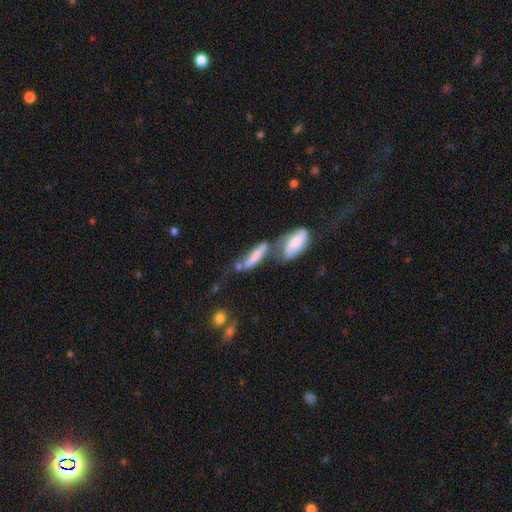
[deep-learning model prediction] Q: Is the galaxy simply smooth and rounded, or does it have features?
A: smooth — 65%.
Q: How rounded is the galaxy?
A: cigar-shaped — 66%.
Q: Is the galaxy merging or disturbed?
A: merger — 53%.